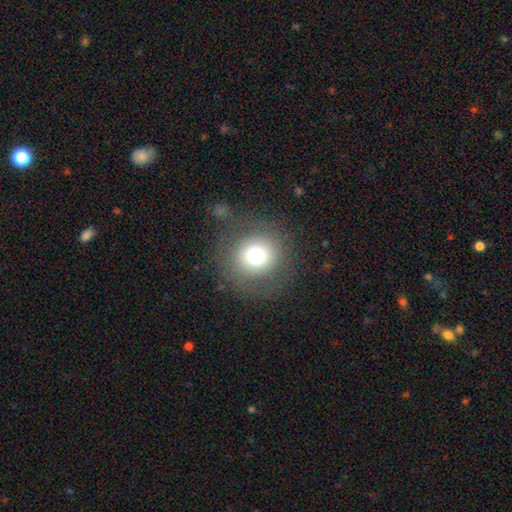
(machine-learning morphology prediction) Smooth or featured? smooth (72%)
How rounded? round (92%)
Merging? none (79%)